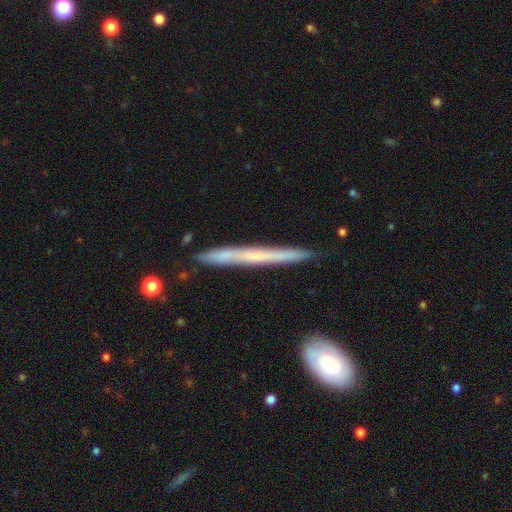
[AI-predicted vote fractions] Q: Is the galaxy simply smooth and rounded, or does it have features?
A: featured or disk — 52%.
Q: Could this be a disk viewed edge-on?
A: yes — 95%.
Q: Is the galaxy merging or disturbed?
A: none — 87%.